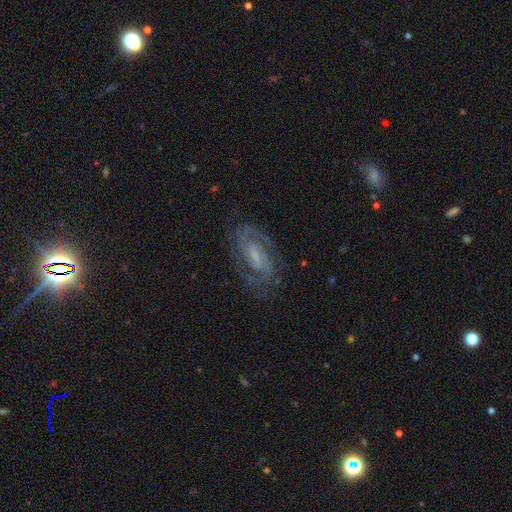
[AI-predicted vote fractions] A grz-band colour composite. It shows a featured or disk galaxy (83%) with a weak bar (48%), 2 (73%) tight (47%) spiral arms (95%) and a small central bulge (51%). Merging: none (75%).